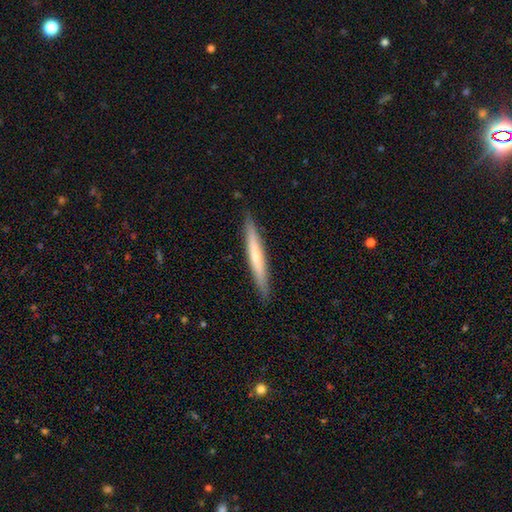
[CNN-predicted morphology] smooth 51%, featured or disk 44%, star or artifact 5%. Down the decision tree: how rounded — cigar-shaped (96%); merging — none (90%).